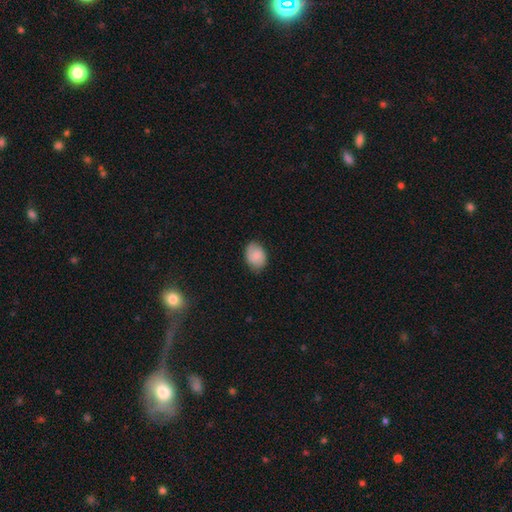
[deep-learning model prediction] This is clearly a smooth galaxy (82%). How rounded: likely in between (73%). Merging: likely none (78%).